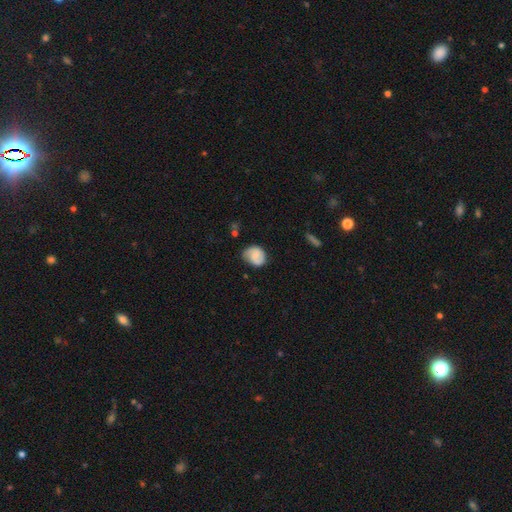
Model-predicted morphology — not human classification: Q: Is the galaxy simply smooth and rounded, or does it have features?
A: smooth — 50%.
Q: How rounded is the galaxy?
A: round — 61%.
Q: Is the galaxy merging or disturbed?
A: none — 60%.